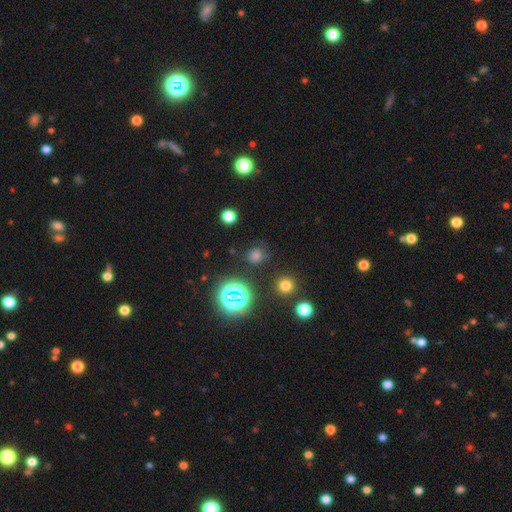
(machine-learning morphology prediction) type=smooth (52%); roundness=round (83%); merging=none (78%).